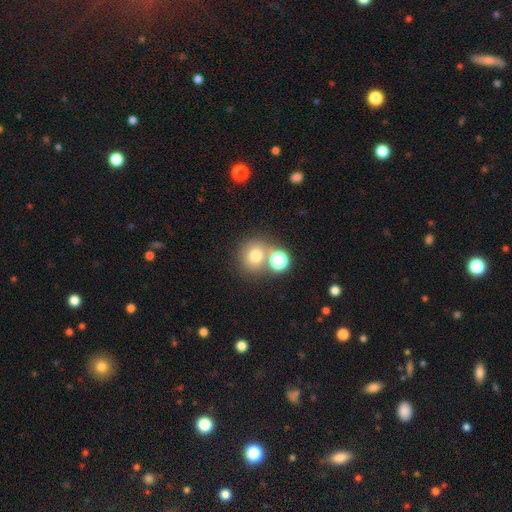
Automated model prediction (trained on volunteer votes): Smooth or featured?
  - smooth: 72% *
  - star or artifact: 17%
  - featured or disk: 11%
How rounded?
  - round: 86% *
  - in between: 13%
  - cigar-shaped: 1%
Merging?
  - none: 60% *
  - merger: 27%
  - minor disturbance: 9%
  - major disturbance: 4%